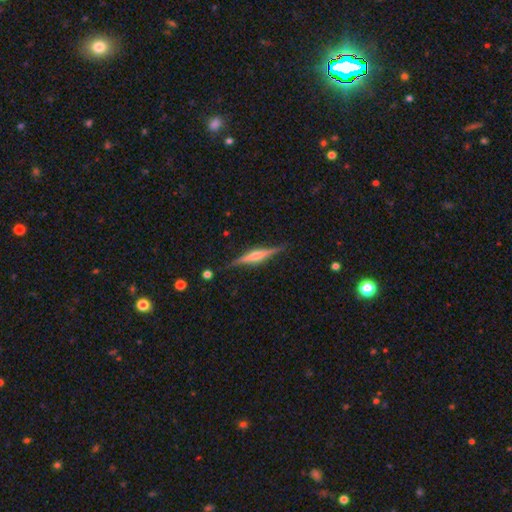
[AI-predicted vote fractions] The model was most divided on "smooth or featured": featured or disk: 79%, smooth: 15%, star or artifact: 6%. More confident: edge-on disk — yes (98%); merging — none (89%); edge-on bulge — rounded (80%).